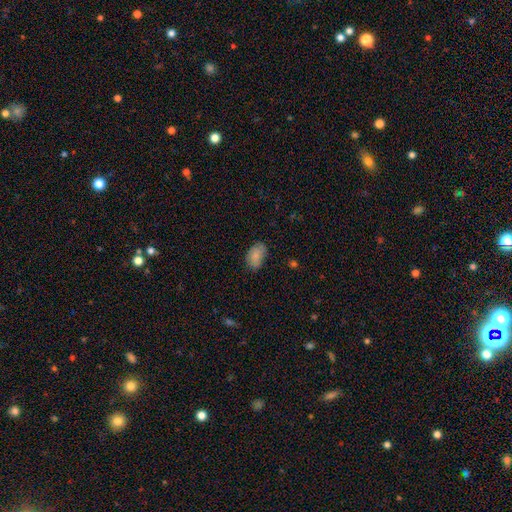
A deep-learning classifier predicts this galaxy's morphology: The model was most divided on "merging": none: 73%, minor disturbance: 21%, major disturbance: 4%, merger: 1%. More confident: how rounded — in between (91%); smooth or featured — smooth (83%).